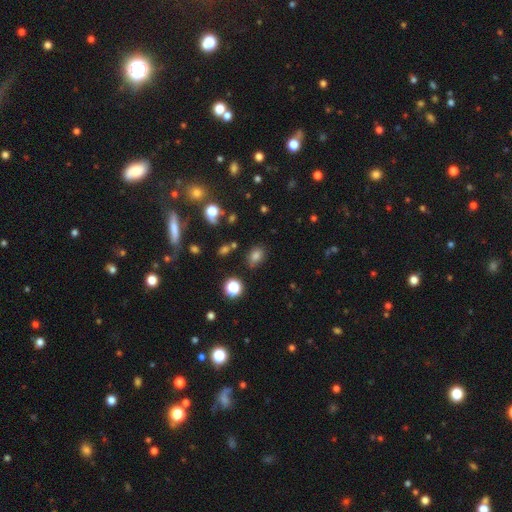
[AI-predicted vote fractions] Overall: smooth (74%). How rounded: in between (64%; round 35%). Merging: none (76%).